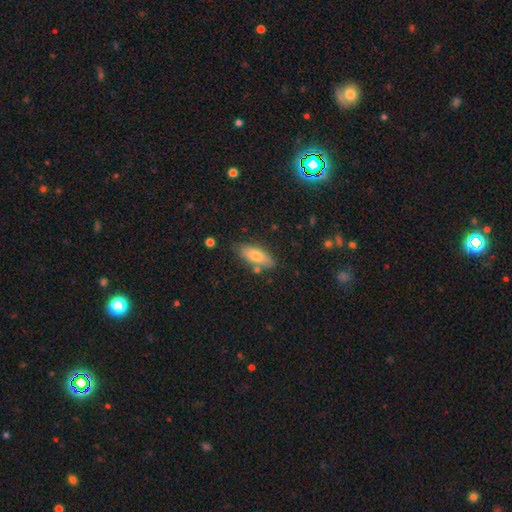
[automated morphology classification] Q: Smooth or featured?
A: smooth (72%); runner-up: featured or disk (20%)
Q: How rounded?
A: in between (71%); runner-up: cigar-shaped (26%)
Q: Merging?
A: none (80%); runner-up: minor disturbance (13%)